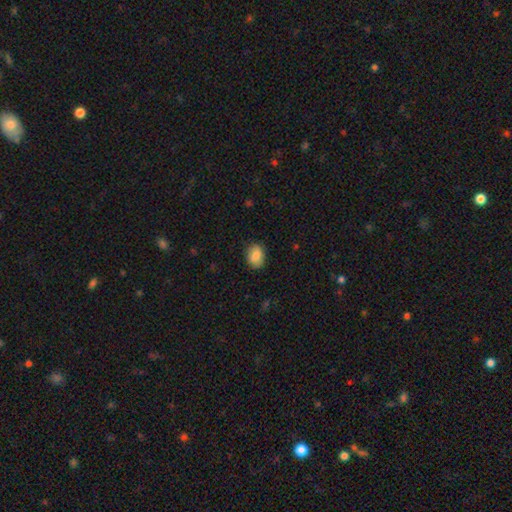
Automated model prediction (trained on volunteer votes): smooth_or_featured: smooth (p=0.85) [alt: star or artifact p=0.07]
how_rounded: in between (p=0.70) [alt: round p=0.29]
merging: none (p=0.85) [alt: minor disturbance p=0.12]